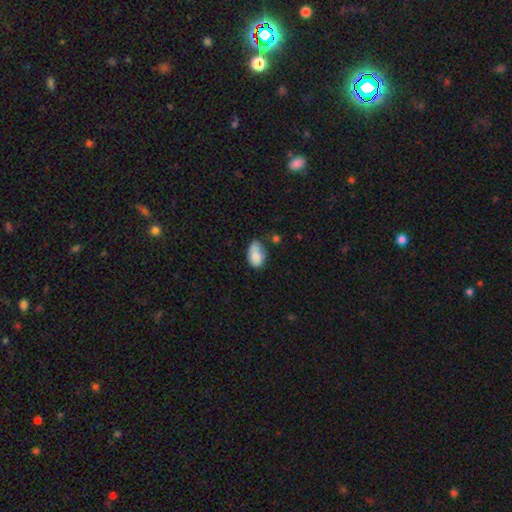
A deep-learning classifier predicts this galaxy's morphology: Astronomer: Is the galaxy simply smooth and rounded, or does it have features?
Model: smooth — 82%.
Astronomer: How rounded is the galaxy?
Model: in between — 90%.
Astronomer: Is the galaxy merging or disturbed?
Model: none — 42% (runner-up: minor disturbance, 37%).